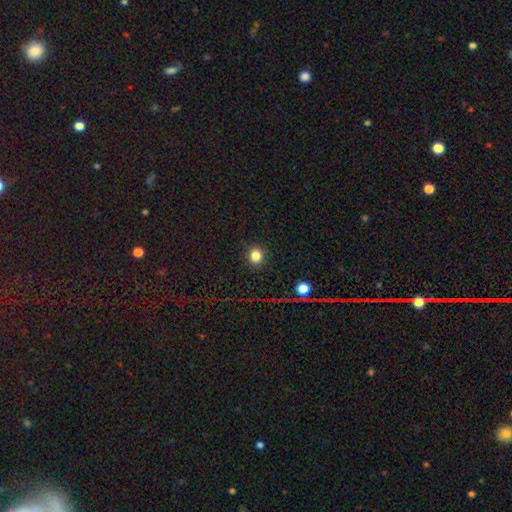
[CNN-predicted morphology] The model was most divided on "how rounded": round: 80%, in between: 19%, cigar-shaped: 1%. More confident: merging — none (90%); smooth or featured — smooth (82%).